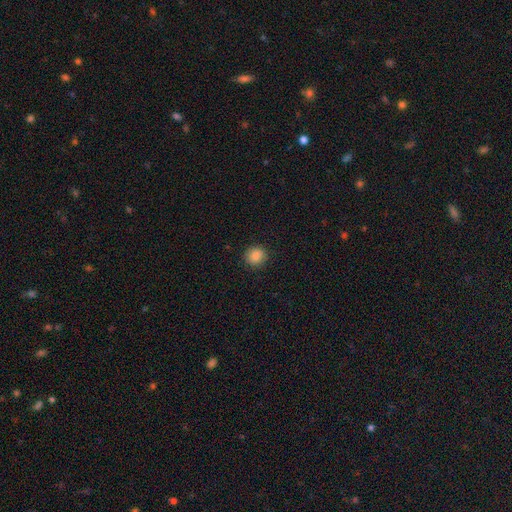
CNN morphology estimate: smooth-or-featured: smooth: 86% | star or artifact: 10% | featured or disk: 4%
  how-rounded: round: 88% | in between: 11% | cigar-shaped: 1%
  merging: none: 90% | minor disturbance: 7% | major disturbance: 2% | merger: 1%